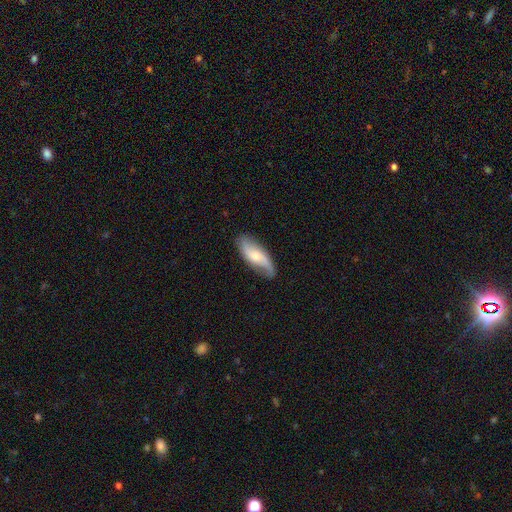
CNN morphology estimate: type=featured or disk (64%); edge-on=no (88%); bar=no (55%); spiral arms=yes (93%); winding=loose (73%); arm count=2 (87%); bulge=moderate (46%); merging=none (77%).